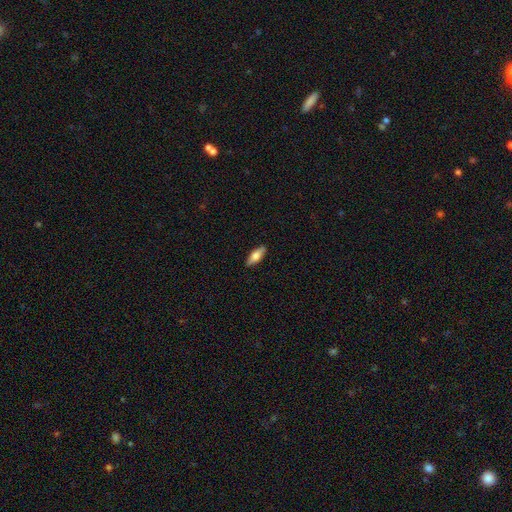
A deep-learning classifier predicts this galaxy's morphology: Q: Smooth or featured?
A: smooth (69%); runner-up: featured or disk (26%)
Q: How rounded?
A: in between (67%); runner-up: cigar-shaped (30%)
Q: Merging?
A: none (88%); runner-up: minor disturbance (9%)